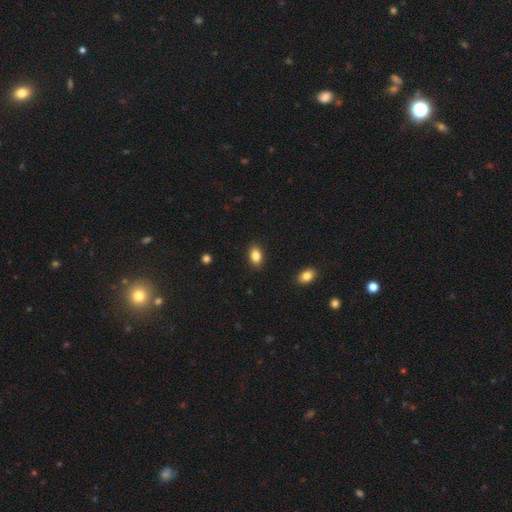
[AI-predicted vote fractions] Q: Smooth or featured?
A: smooth (85%); runner-up: star or artifact (8%)
Q: How rounded?
A: in between (88%); runner-up: round (10%)
Q: Merging?
A: none (88%); runner-up: minor disturbance (8%)